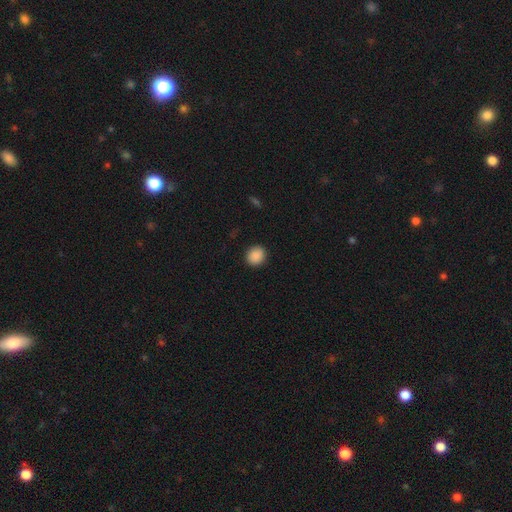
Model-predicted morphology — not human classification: Smooth or featured? smooth (89%)
How rounded? round (80%)
Merging? none (91%)